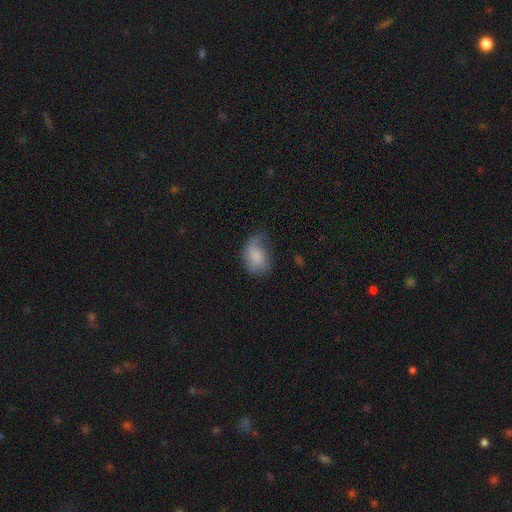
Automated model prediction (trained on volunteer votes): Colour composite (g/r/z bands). It shows a smooth galaxy with no disk features (64%) that is in between round and cigar-shaped (80%). Merging: minor disturbance (33%).